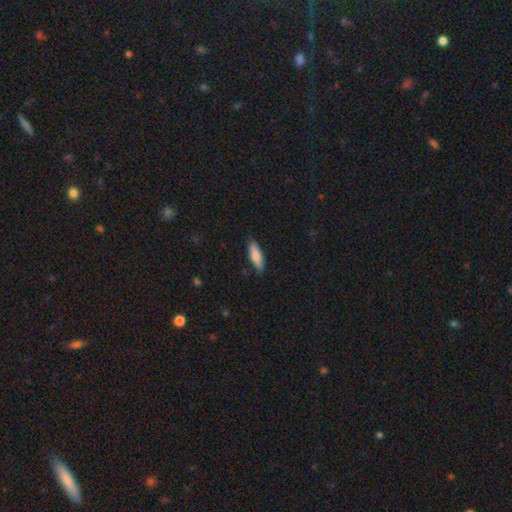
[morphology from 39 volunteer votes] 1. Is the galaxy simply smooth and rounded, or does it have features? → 85% smooth, 10% star or artifact, 5% featured or disk.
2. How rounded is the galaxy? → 52% in between, 42% cigar-shaped, 6% round.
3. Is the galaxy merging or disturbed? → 69% none, 23% minor disturbance, 6% major disturbance, 3% merger.